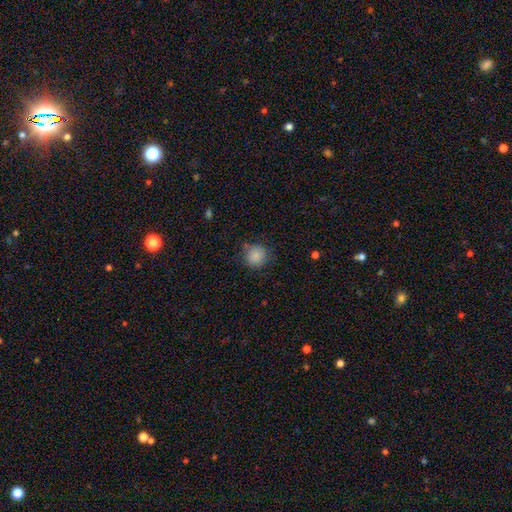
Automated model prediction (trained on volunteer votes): Morphology: type=smooth (86%); roundness=round (91%); merging=none (79%).